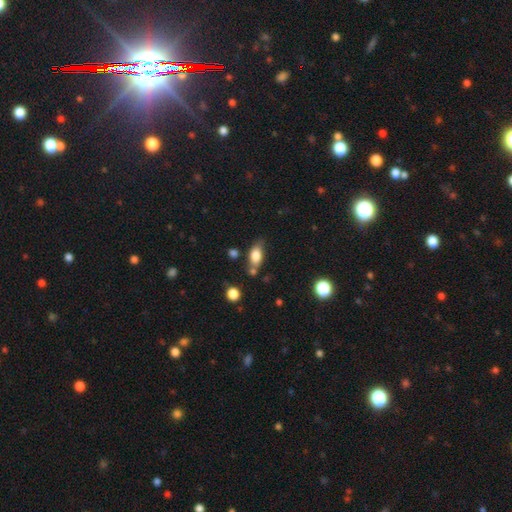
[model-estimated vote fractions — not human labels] A smooth galaxy with no disk features (80%) that is in between round and cigar-shaped (85%). Merging: none (58%).